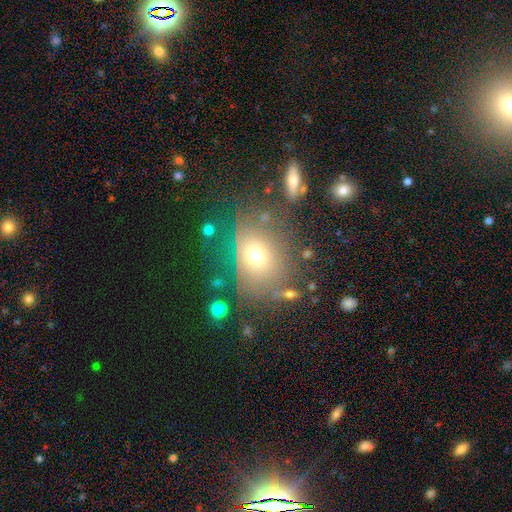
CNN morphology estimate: smooth 61%, featured or disk 22%, star or artifact 18%. Down the decision tree: how rounded — in between (52%); merging — none (65%).